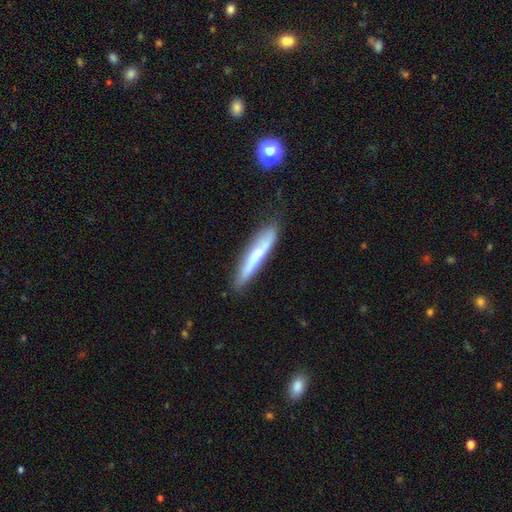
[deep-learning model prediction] Overall: smooth (59%; featured or disk 34%). How rounded: cigar-shaped (92%). Merging: none (76%).